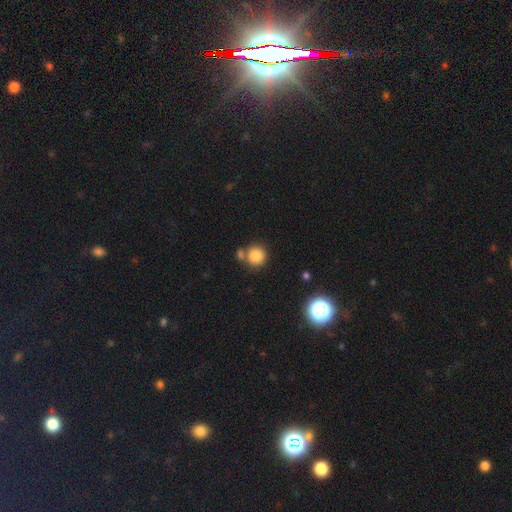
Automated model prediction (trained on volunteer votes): Smooth or featured? smooth (84%)
How rounded? round (91%)
Merging? none (63%)